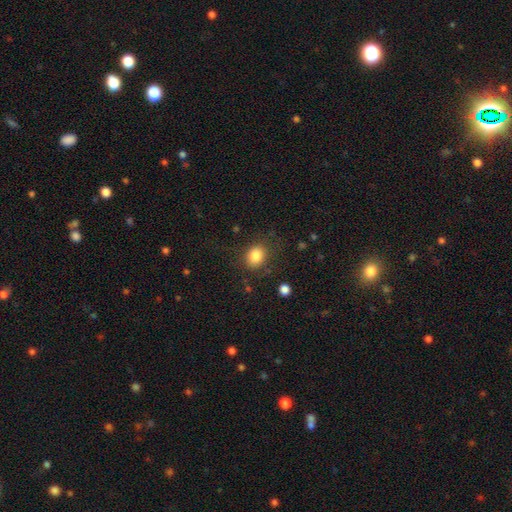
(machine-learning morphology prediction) The model was most divided on "how rounded": round: 52%, in between: 47%, cigar-shaped: 1%. More confident: smooth or featured — smooth (84%); merging — none (77%).